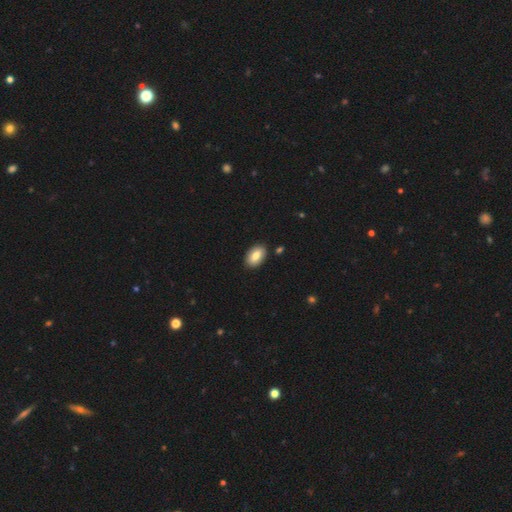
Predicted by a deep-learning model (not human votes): The model was most divided on "smooth or featured": smooth: 81%, featured or disk: 12%, star or artifact: 7%. More confident: how rounded — in between (92%); merging — none (88%).